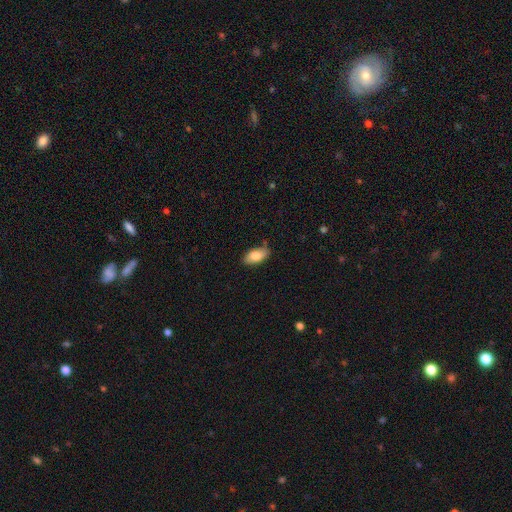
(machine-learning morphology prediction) Smooth or featured: smooth — 81% (featured or disk — 12%)
How rounded: in between — 92% (cigar-shaped — 5%)
Merging: none — 79% (minor disturbance — 17%)